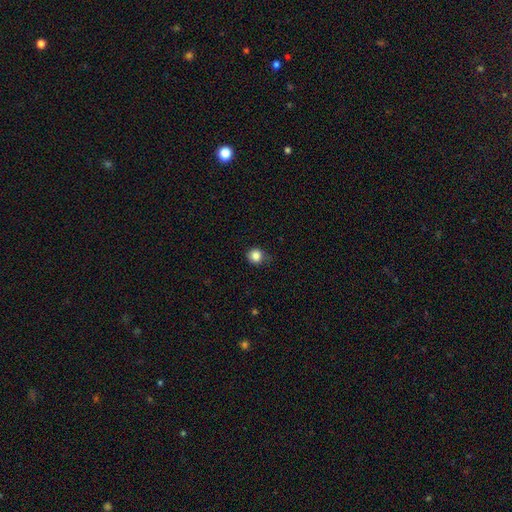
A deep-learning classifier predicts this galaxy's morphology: smooth-or-featured: smooth: 85% | star or artifact: 11% | featured or disk: 4%
  how-rounded: round: 89% | in between: 10% | cigar-shaped: 1%
  merging: none: 75% | minor disturbance: 19% | major disturbance: 4% | merger: 1%